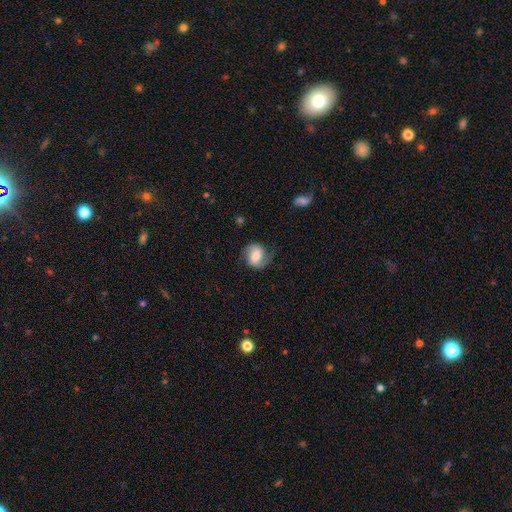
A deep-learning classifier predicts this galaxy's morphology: featured or disk 48%, smooth 44%, star or artifact 8%. Down the decision tree: merging — none (66%).